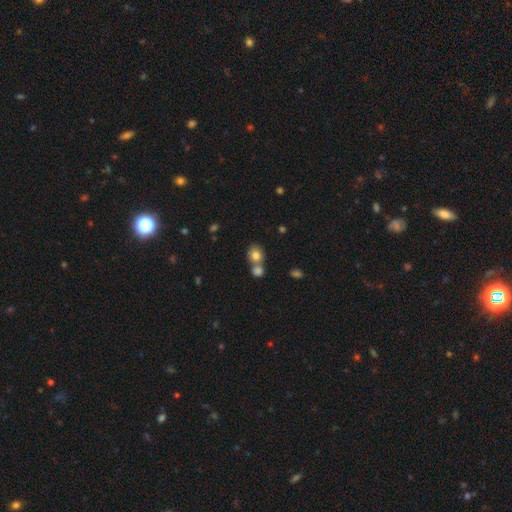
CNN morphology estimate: smooth 81%, star or artifact 10%, featured or disk 9%. Down the decision tree: how rounded — round (70%); merging — none (45%).